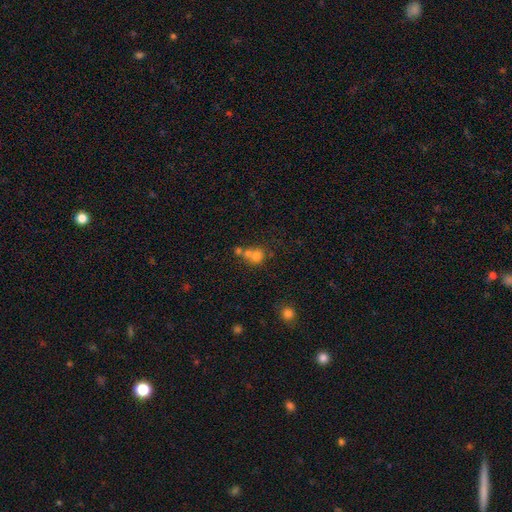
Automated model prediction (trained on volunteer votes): Morphology: type=smooth (70%); roundness=round (80%); merging=merger (51%).